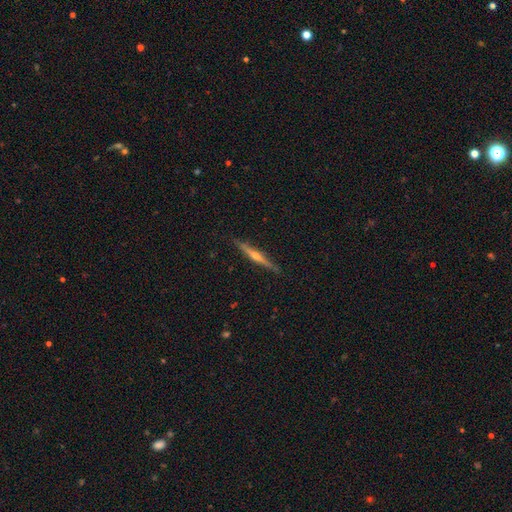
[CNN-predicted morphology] This appears to be a featured or disk galaxy (76%) viewed edge-on (98%) with a rounded central bulge (88%). Merging: none (89%).